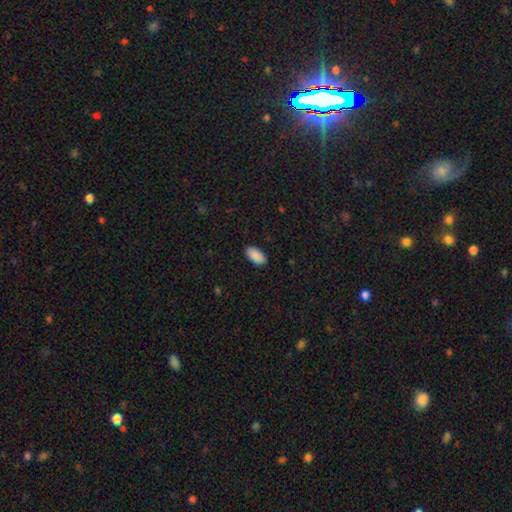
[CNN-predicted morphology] This is clearly a smooth galaxy (90%). How rounded: clearly in between (95%). Merging: clearly none (88%).